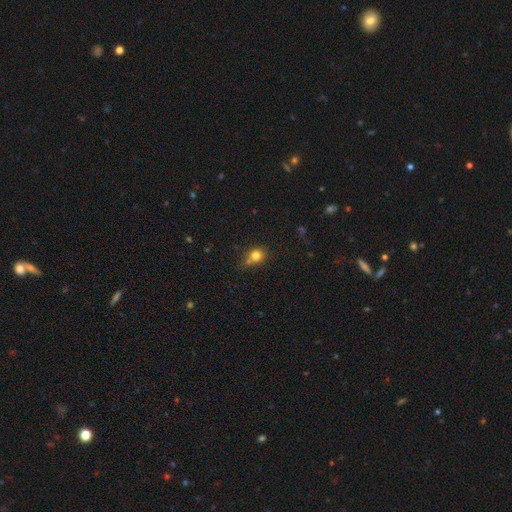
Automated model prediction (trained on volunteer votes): Morphology: type=smooth (79%); roundness=round (79%); merging=none (59%).